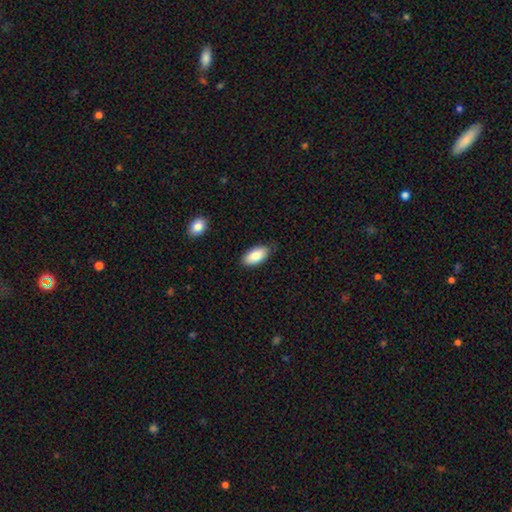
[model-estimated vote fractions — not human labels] Morphology: type=smooth (85%); roundness=in between (93%); merging=none (81%).